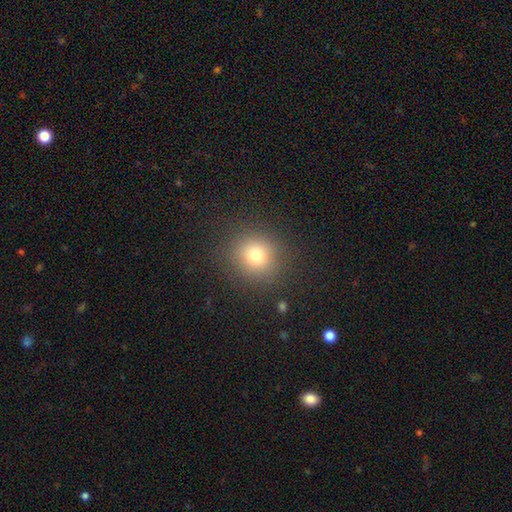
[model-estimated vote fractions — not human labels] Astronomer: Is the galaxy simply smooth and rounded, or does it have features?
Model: smooth — 74%.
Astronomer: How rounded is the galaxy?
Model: round — 89%.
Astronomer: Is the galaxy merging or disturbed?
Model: none — 88%.